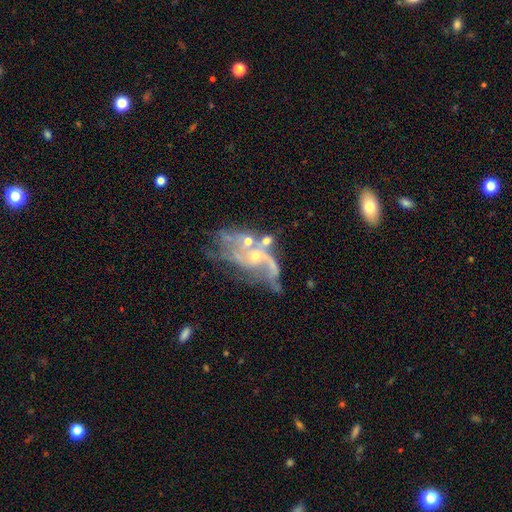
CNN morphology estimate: Smooth or featured: featured or disk — 79% (star or artifact — 11%)
Edge-on disk: no — 96% (yes — 4%)
Bar: no — 71% (weak — 23%)
Spiral arms: yes — 79% (no — 21%)
Spiral winding: loose — 55% (medium — 32%)
Spiral arm count: 2 — 39% (can't tell — 26%)
Bulge size: small — 66% (moderate — 22%)
Merging: major disturbance — 34% (none — 27%)